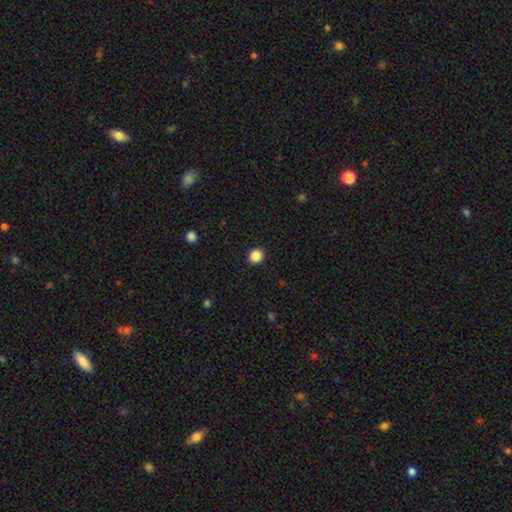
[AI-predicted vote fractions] Morphology: type=smooth (87%); roundness=round (83%); merging=none (92%).